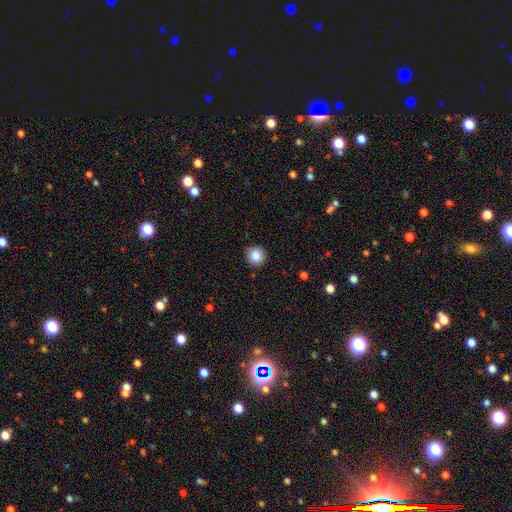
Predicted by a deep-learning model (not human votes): Smooth or featured? smooth (86%)
How rounded? round (93%)
Merging? none (90%)